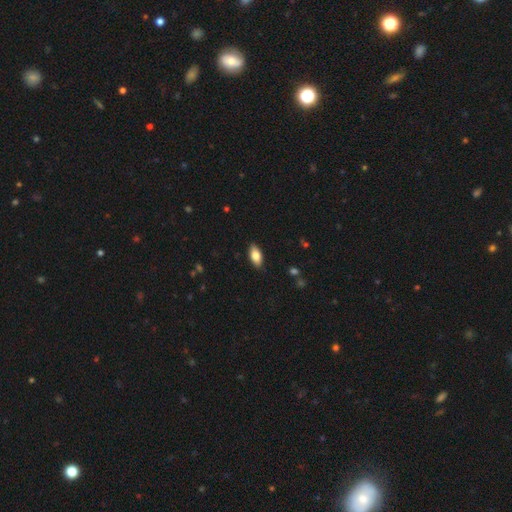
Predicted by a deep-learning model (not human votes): This appears to be a smooth galaxy with no disk features (80%) that is in between round and cigar-shaped (90%). Merging: none (88%).